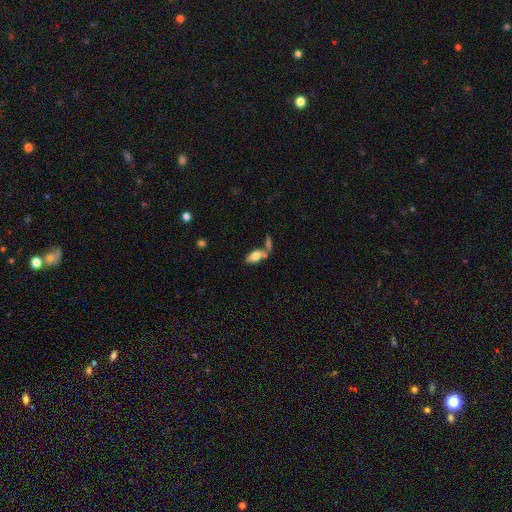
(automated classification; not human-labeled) A smooth galaxy with no disk features (71%) that is in between round and cigar-shaped (89%). Merging: none (50%).